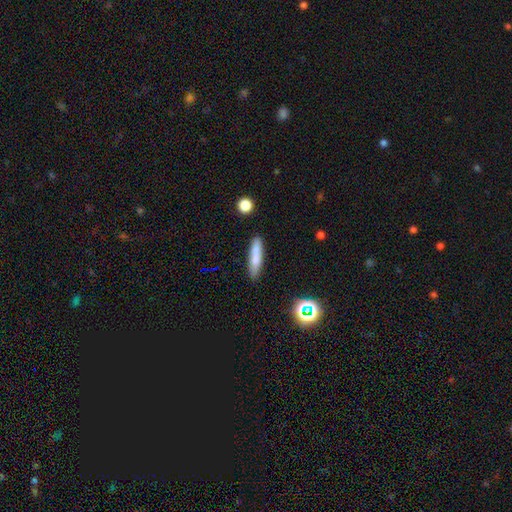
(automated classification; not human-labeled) This appears to be a smooth galaxy with no disk features (76%) that is cigar-shaped (84%). Merging: none (84%).